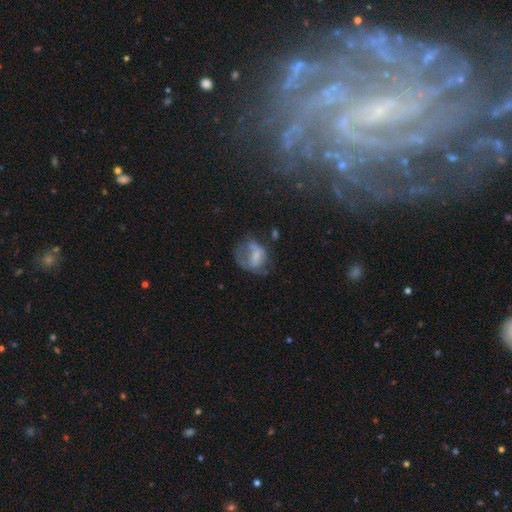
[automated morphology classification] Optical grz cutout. It shows a smooth galaxy with no disk features (48%). Merging: major disturbance (43%).